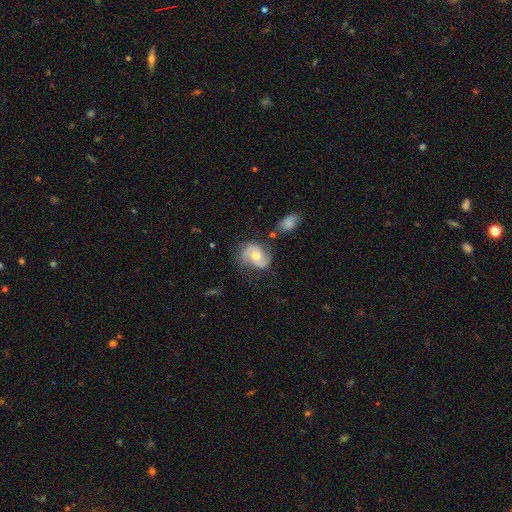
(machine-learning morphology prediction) This appears to be a featured or disk galaxy (69%) with no bar (65%), 2 (84%) medium (47%) spiral arms (91%) and a moderate central bulge (71%). Merging: none (63%).